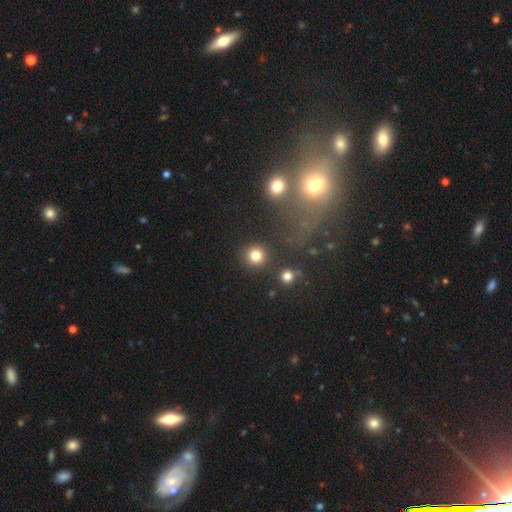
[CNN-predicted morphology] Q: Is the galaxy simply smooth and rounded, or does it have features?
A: smooth — 81%.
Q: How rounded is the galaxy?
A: round — 94%.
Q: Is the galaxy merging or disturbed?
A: none — 89%.